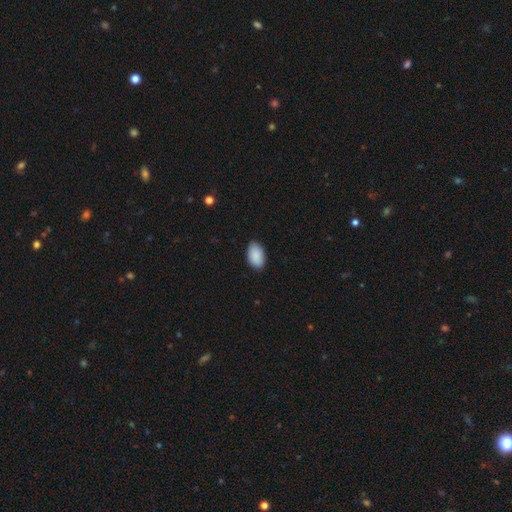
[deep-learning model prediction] Smooth or featured? smooth (89%)
How rounded? in between (94%)
Merging? none (86%)